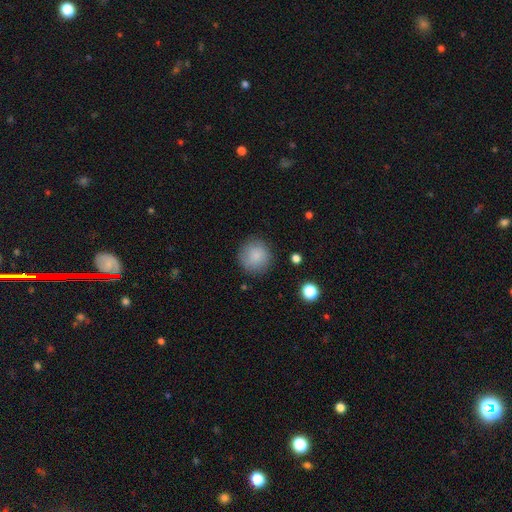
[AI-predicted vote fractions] Smooth or featured? smooth (86%)
How rounded? round (94%)
Merging? none (84%)